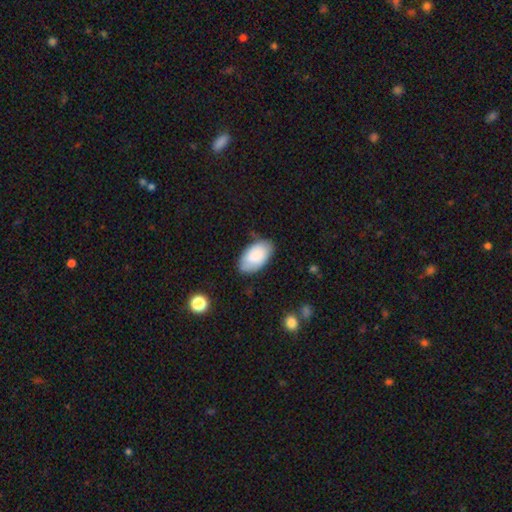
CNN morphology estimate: smooth-or-featured: smooth: 84% | featured or disk: 10% | star or artifact: 6%
  how-rounded: in between: 96% | round: 3% | cigar-shaped: 1%
  merging: none: 78% | minor disturbance: 17% | major disturbance: 3% | merger: 2%